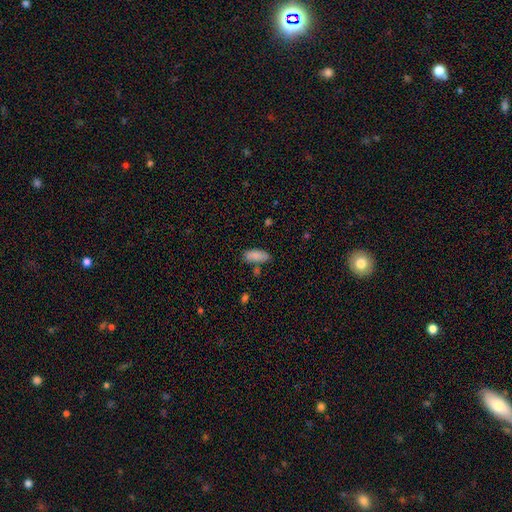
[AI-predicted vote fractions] smooth 86%, star or artifact 7%, featured or disk 7%. Down the decision tree: how rounded — in between (83%); merging — none (67%).